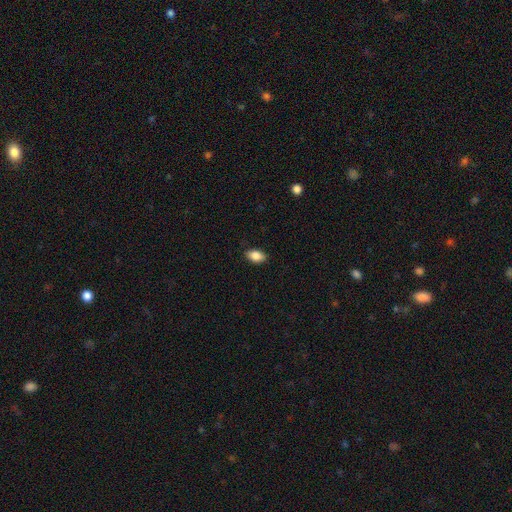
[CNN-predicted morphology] type=smooth (86%); roundness=in between (90%); merging=none (87%).